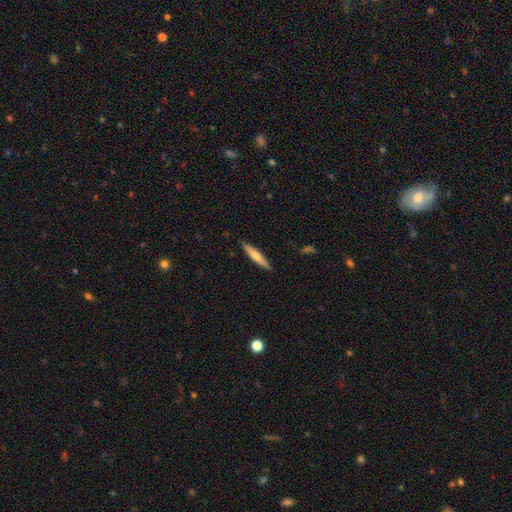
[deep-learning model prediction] Smooth or featured: smooth — 61% (featured or disk — 33%)
How rounded: cigar-shaped — 90% (in between — 8%)
Merging: none — 89% (minor disturbance — 8%)